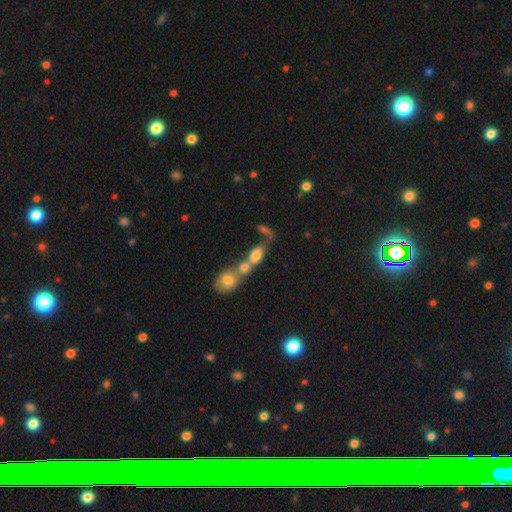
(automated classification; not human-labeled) This is likely a smooth galaxy (67%). How rounded: likely in between (67%). Merging: likely merger (72%).